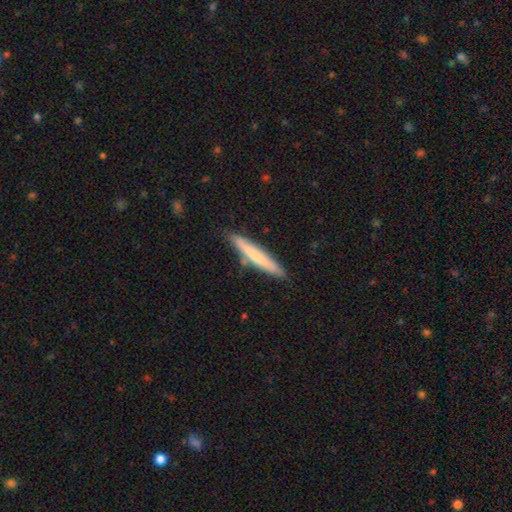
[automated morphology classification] Smooth or featured? Predicted: smooth (p=0.64). How rounded? Predicted: cigar-shaped (p=0.94). Merging? Predicted: none (p=0.84).